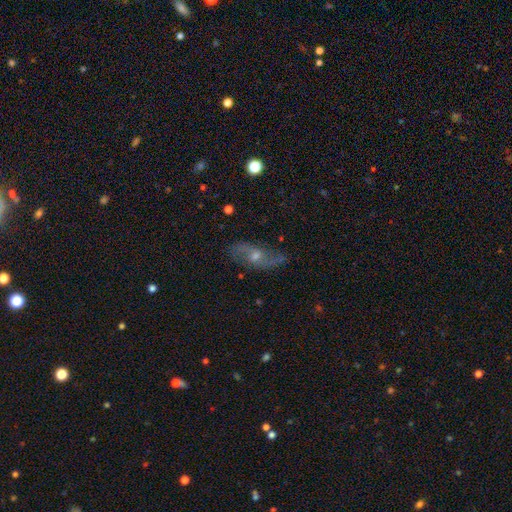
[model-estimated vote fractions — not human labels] Q: Smooth or featured?
A: featured or disk (74%); runner-up: smooth (16%)
Q: Edge-on disk?
A: no (86%); runner-up: yes (14%)
Q: Bar?
A: no (61%); runner-up: weak (32%)
Q: Spiral arms?
A: yes (88%); runner-up: no (12%)
Q: Spiral winding?
A: loose (63%); runner-up: medium (27%)
Q: Spiral arm count?
A: 2 (87%); runner-up: can't tell (7%)
Q: Bulge size?
A: moderate (53%); runner-up: small (40%)
Q: Merging?
A: none (75%); runner-up: minor disturbance (16%)